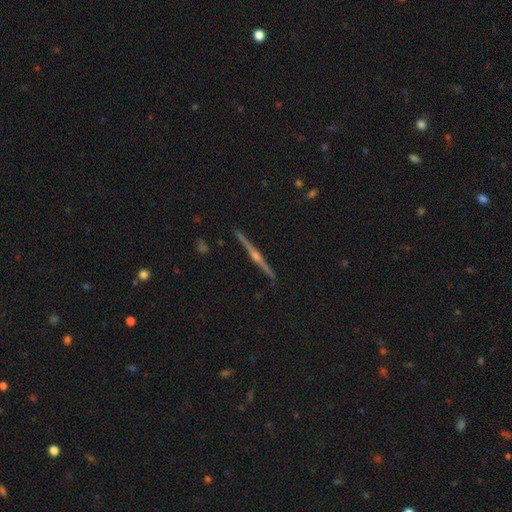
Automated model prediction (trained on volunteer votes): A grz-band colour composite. It shows a featured or disk galaxy (87%) viewed edge-on (99%) with a rounded central bulge (91%). Merging: none (92%).